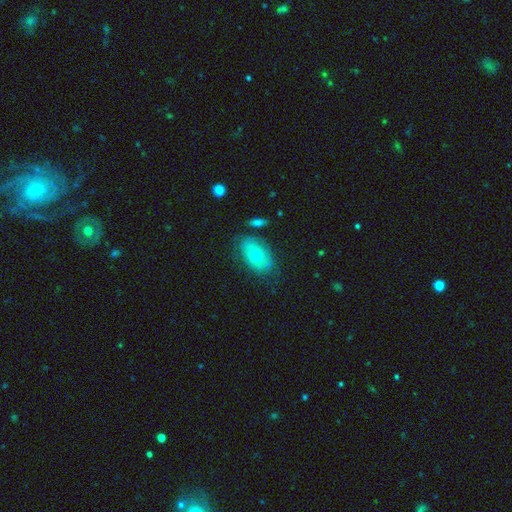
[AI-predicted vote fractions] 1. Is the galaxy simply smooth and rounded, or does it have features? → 59% smooth, 34% featured or disk, 7% star or artifact.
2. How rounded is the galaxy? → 87% in between, 11% round, 2% cigar-shaped.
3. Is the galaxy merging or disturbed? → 68% none, 22% minor disturbance, 7% major disturbance, 3% merger.